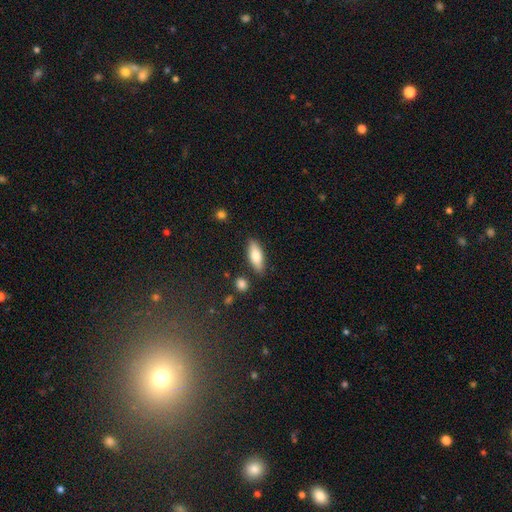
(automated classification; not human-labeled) Morphology: type=smooth (76%); roundness=in between (67%); merging=none (83%).